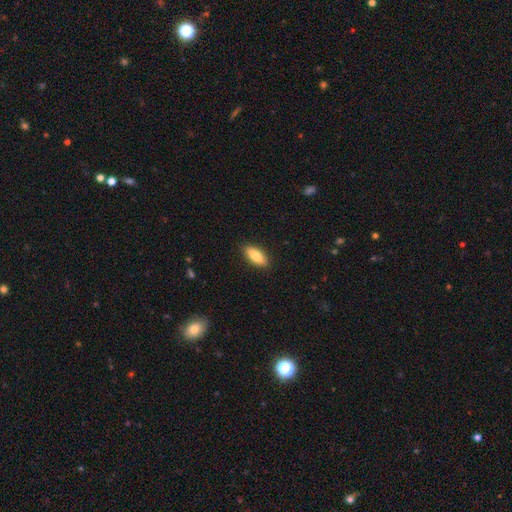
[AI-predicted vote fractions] Overall: smooth (80%). How rounded: in between (79%). Merging: none (89%).